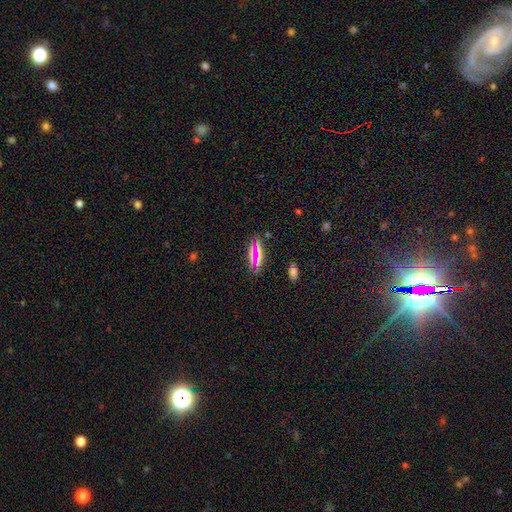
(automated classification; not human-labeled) Smooth or featured? Predicted: smooth (p=0.69). How rounded? Predicted: in between (p=0.73). Merging? Predicted: none (p=0.78).